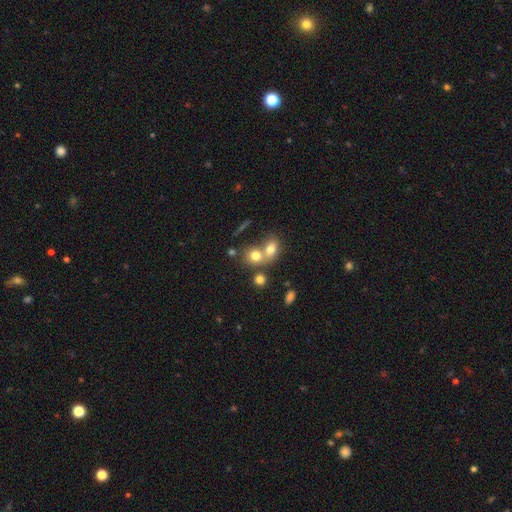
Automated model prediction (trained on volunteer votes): smooth_or_featured: smooth (p=0.73) [alt: featured or disk p=0.15]
how_rounded: round (p=0.65) [alt: in between p=0.33]
merging: merger (p=0.54) [alt: none p=0.35]